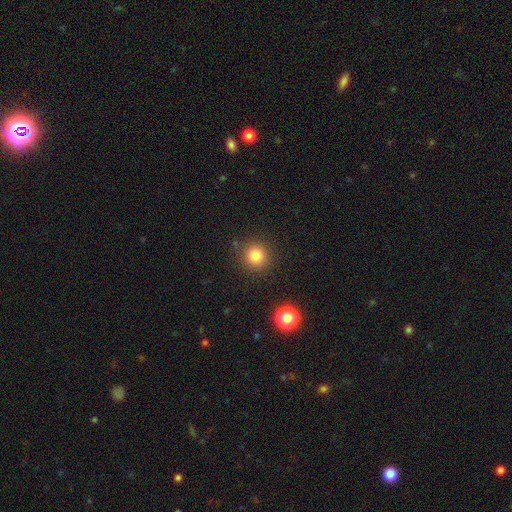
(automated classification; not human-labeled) This appears to be a smooth galaxy with no disk features (81%) that is round (93%). Merging: none (87%).